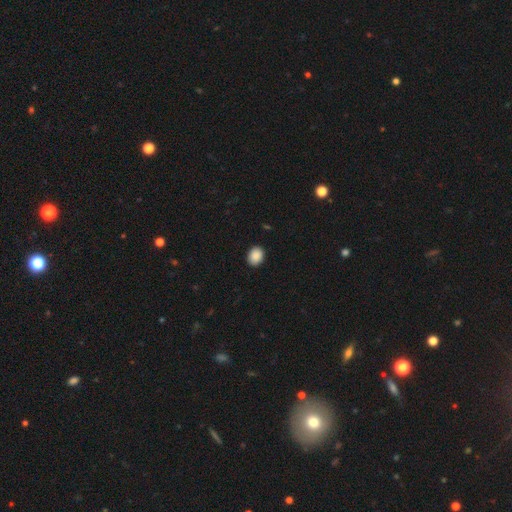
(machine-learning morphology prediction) Smooth or featured: smooth — 89% (star or artifact — 8%)
How rounded: in between — 51% (round — 48%)
Merging: none — 91% (minor disturbance — 7%)